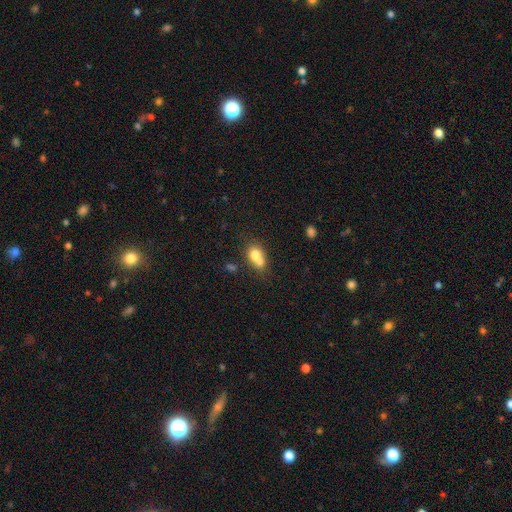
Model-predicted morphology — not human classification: A smooth galaxy with no disk features (72%) that is round (52%).

Vote fractions:
- Smooth or featured? smooth: 72% / featured or disk: 18% / star or artifact: 10%
- How rounded? round: 52% / in between: 47% / cigar-shaped: 2%
- Merging? merger: 58% / none: 29% / minor disturbance: 9% / major disturbance: 4%